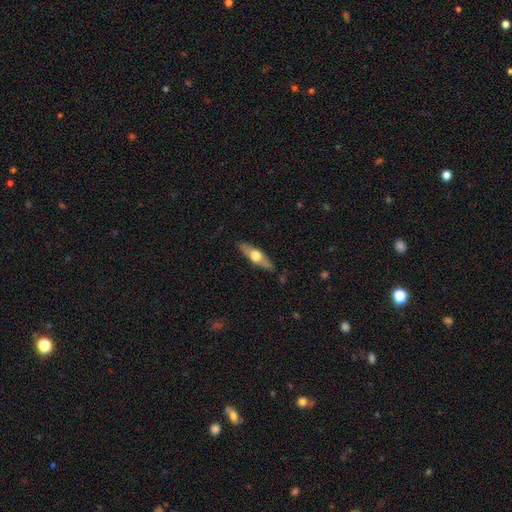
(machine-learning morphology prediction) smooth-or-featured: featured or disk: 49% | smooth: 46% | star or artifact: 5%
  merging: none: 86% | minor disturbance: 10% | major disturbance: 2% | merger: 1%